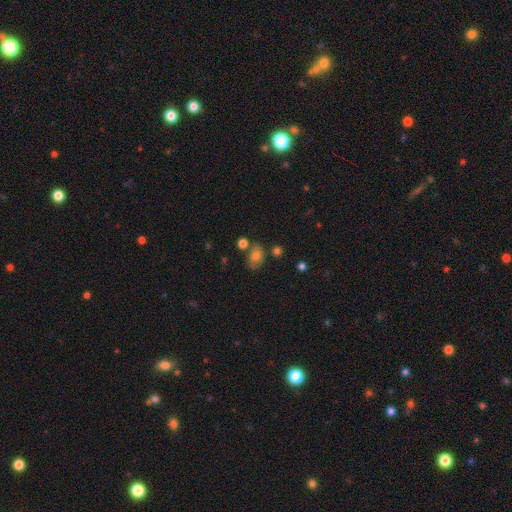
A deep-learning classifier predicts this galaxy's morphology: A smooth galaxy with no disk features (76%) that is in between round and cigar-shaped (77%). Merging: none (66%).